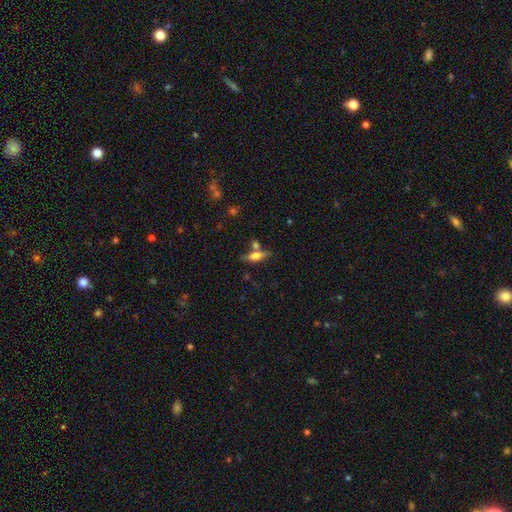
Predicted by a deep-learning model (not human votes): smooth_or_featured: smooth (p=0.58) [alt: featured or disk p=0.34]
how_rounded: cigar-shaped (p=0.51) [alt: in between p=0.46]
merging: none (p=0.64) [alt: merger p=0.18]